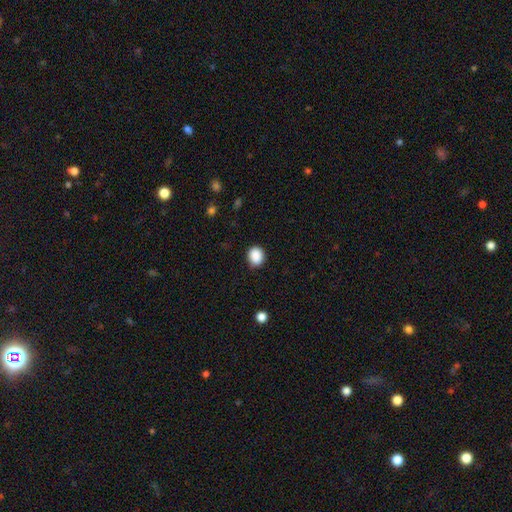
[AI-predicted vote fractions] Q: Smooth or featured?
A: smooth (89%); runner-up: star or artifact (9%)
Q: How rounded?
A: round (60%); runner-up: in between (39%)
Q: Merging?
A: none (84%); runner-up: minor disturbance (12%)